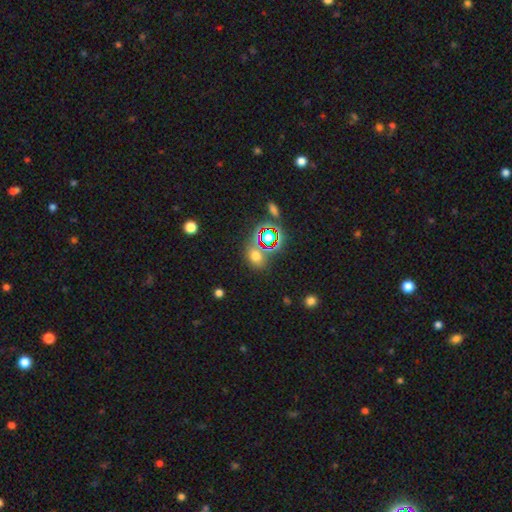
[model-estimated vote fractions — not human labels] The model was most divided on "how rounded" (2-way tie): round: 49%, in between: 49%, cigar-shaped: 2%. More confident: merging — none (69%); smooth or featured — smooth (59%).